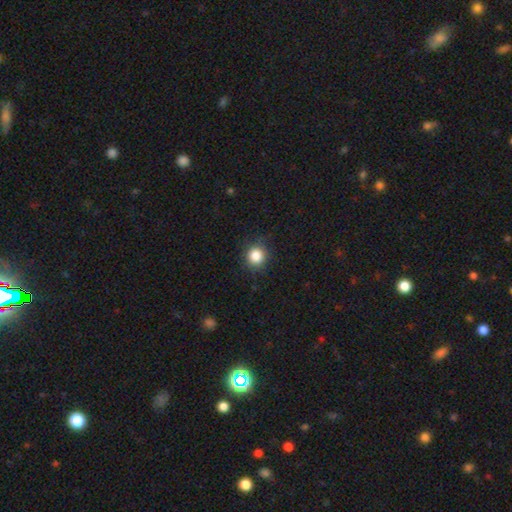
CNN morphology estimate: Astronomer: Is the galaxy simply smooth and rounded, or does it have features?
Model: smooth — 85%.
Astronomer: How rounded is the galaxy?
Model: round — 90%.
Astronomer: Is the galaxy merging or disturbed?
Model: none — 88%.